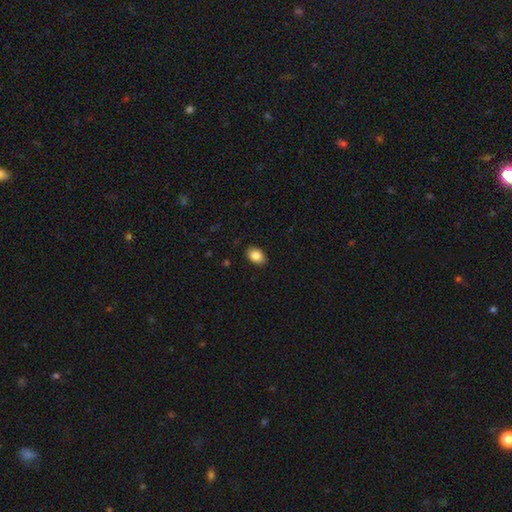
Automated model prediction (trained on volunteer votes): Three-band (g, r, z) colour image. It shows a smooth galaxy with no disk features (86%) that is in between round and cigar-shaped (85%). Merging: none (87%).